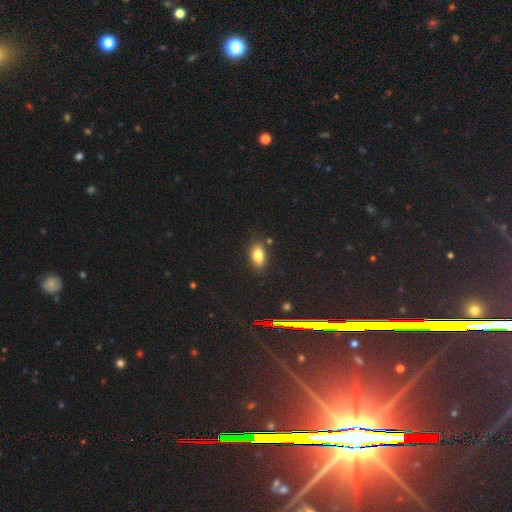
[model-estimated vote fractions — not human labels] Q: Smooth or featured?
A: smooth (80%); runner-up: star or artifact (11%)
Q: How rounded?
A: in between (87%); runner-up: cigar-shaped (7%)
Q: Merging?
A: none (83%); runner-up: minor disturbance (11%)